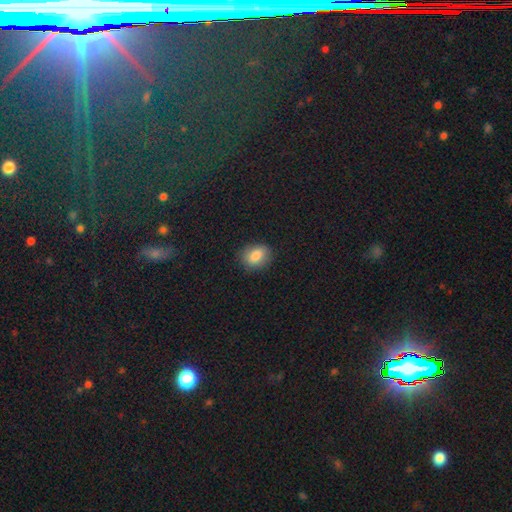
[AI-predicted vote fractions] smooth_or_featured: smooth (p=0.83) [alt: star or artifact p=0.09]
how_rounded: in between (p=0.64) [alt: round p=0.34]
merging: none (p=0.84) [alt: minor disturbance p=0.12]